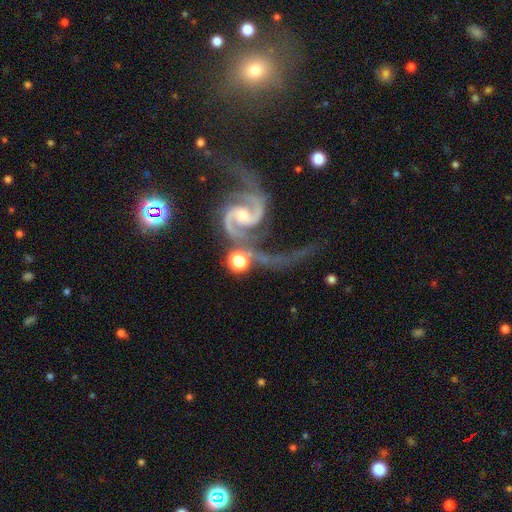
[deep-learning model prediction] featured or disk 85%, star or artifact 9%, smooth 6%. Down the decision tree: edge-on disk — no (96%); bar — weak (44%); spiral arms — yes (95%); spiral arm count — 2 (83%); spiral winding — loose (65%); bulge size — small (55%); merging — none (36%).